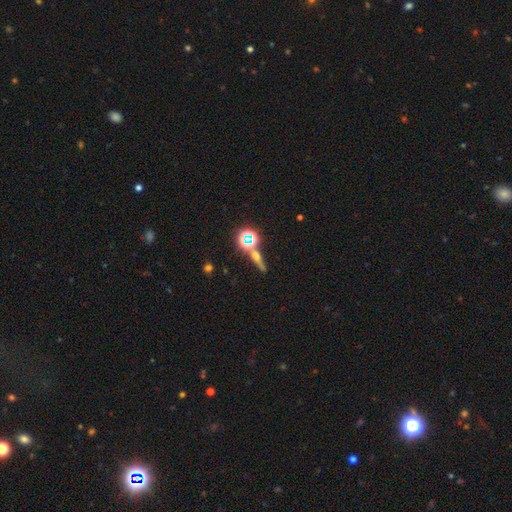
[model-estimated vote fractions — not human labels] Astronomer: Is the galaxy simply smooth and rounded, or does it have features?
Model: featured or disk — 44% (runner-up: star or artifact, 29%).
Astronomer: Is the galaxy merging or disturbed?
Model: none — 69%.